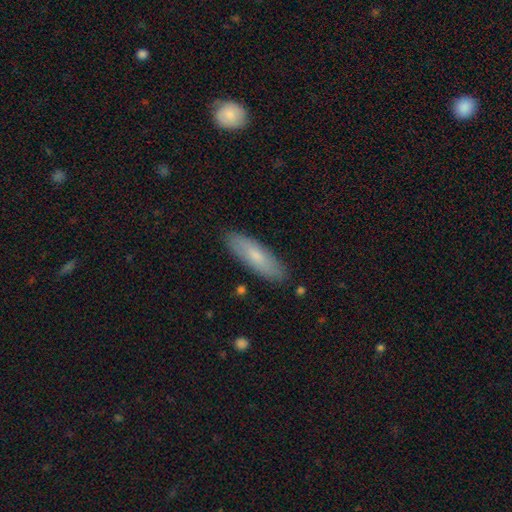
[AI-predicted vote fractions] Overall: smooth (72%). How rounded: cigar-shaped (54%; in between 44%). Merging: none (86%).